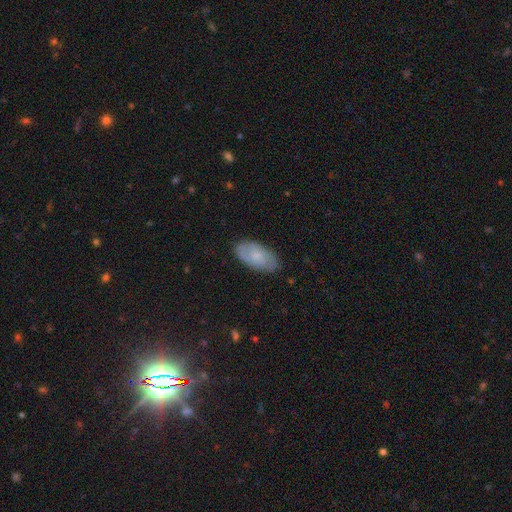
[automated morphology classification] Smooth or featured? smooth (52%)
How rounded? in between (93%)
Merging? none (83%)